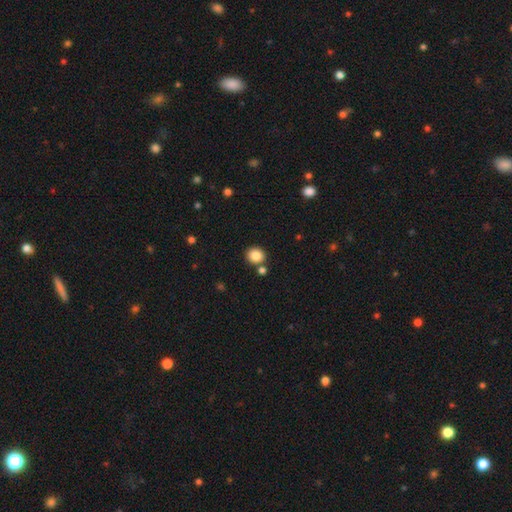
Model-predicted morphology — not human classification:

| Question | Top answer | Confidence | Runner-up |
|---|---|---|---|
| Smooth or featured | smooth | 85% | star or artifact (10%) |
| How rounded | round | 82% | in between (17%) |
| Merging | none | 79% | merger (11%) |